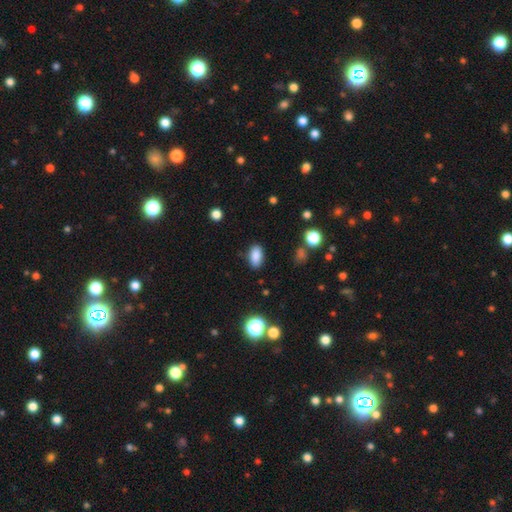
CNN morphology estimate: The model was most divided on "merging": none: 85%, minor disturbance: 10%, major disturbance: 3%, merger: 2%. More confident: how rounded — in between (91%); smooth or featured — smooth (86%).